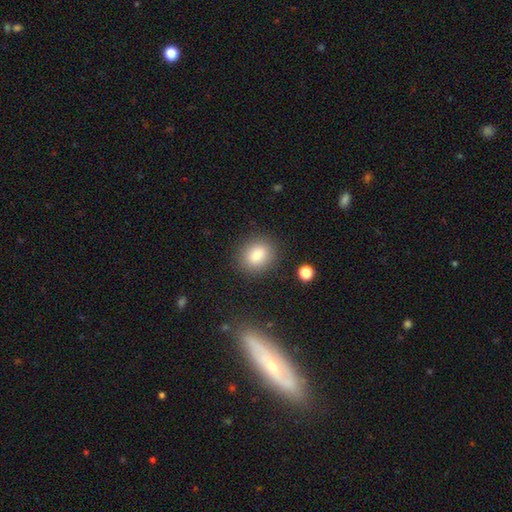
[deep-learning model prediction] Smooth or featured? Predicted: smooth (p=0.85). How rounded? Predicted: round (p=0.56). Merging? Predicted: none (p=0.85).